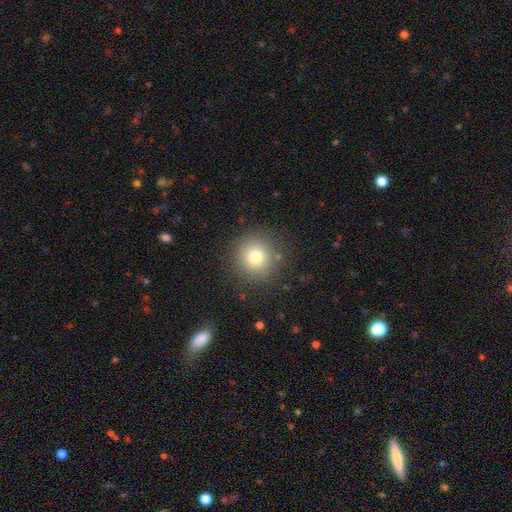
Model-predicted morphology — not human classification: smooth_or_featured: smooth (p=0.77) [alt: star or artifact p=0.13]
how_rounded: round (p=0.92) [alt: in between p=0.07]
merging: none (p=0.88) [alt: minor disturbance p=0.08]